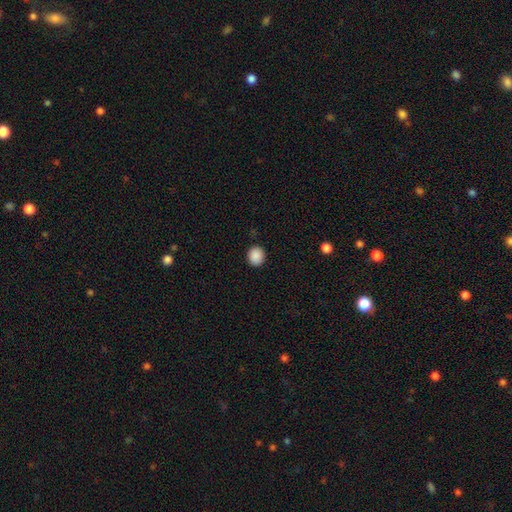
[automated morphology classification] smooth 89%, star or artifact 8%, featured or disk 2%. Down the decision tree: how rounded — round (75%); merging — none (90%).